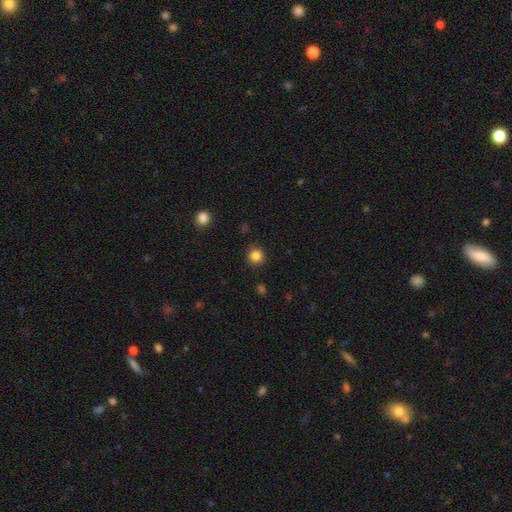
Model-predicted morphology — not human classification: This is clearly a smooth galaxy (85%). How rounded: clearly round (93%). Merging: clearly none (88%).